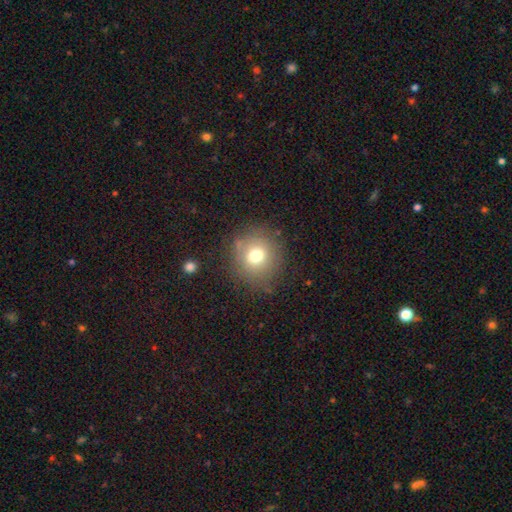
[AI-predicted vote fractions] The model was most divided on "smooth or featured": smooth: 71%, featured or disk: 15%, star or artifact: 14%. More confident: how rounded — round (84%); merging — none (78%).